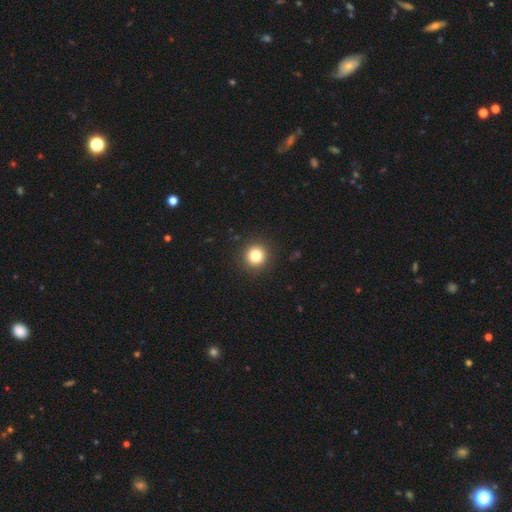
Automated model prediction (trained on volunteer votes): Overall: smooth (81%). How rounded: round (95%). Merging: none (93%).